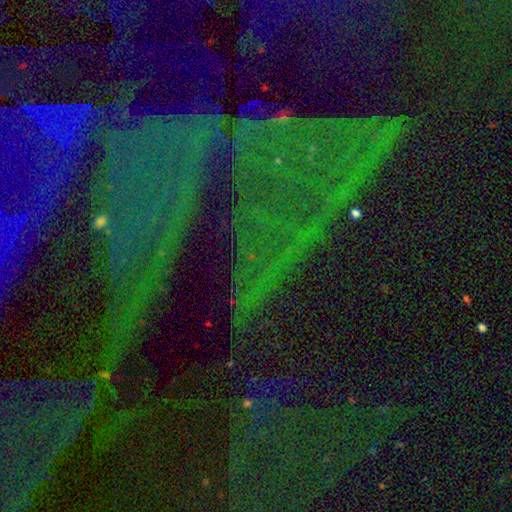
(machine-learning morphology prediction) Smooth or featured: star or artifact — 82% (featured or disk — 10%)